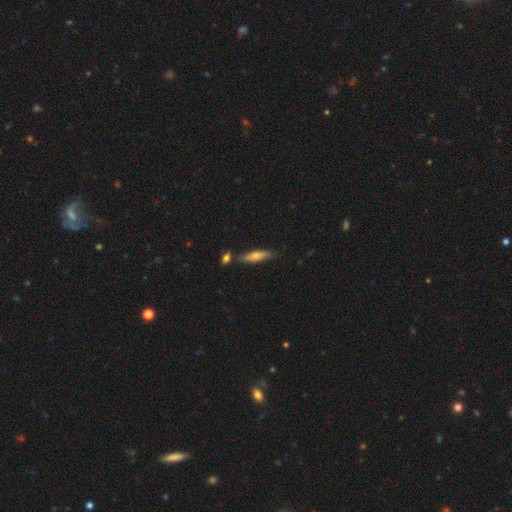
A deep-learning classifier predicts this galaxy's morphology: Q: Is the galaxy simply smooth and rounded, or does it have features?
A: smooth — 63%.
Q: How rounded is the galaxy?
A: cigar-shaped — 73%.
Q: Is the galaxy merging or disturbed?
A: none — 75%.